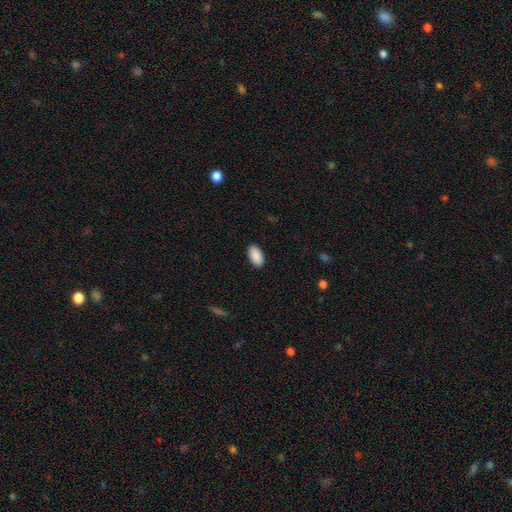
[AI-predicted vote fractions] Morphology: type=smooth (91%); roundness=in between (95%); merging=none (90%).